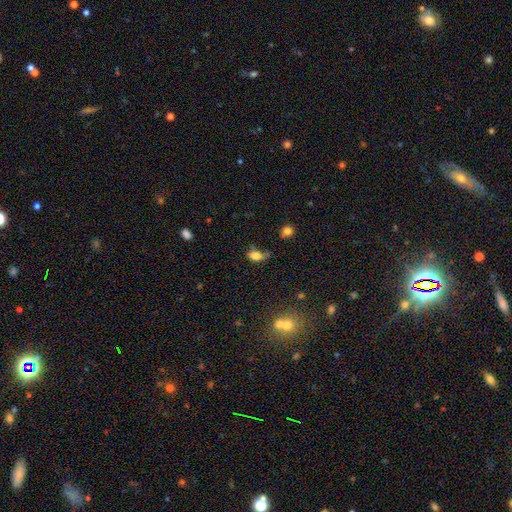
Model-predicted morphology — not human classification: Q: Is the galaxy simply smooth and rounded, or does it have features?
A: smooth — 79%.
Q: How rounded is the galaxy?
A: in between — 81%.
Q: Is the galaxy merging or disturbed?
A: none — 47%.